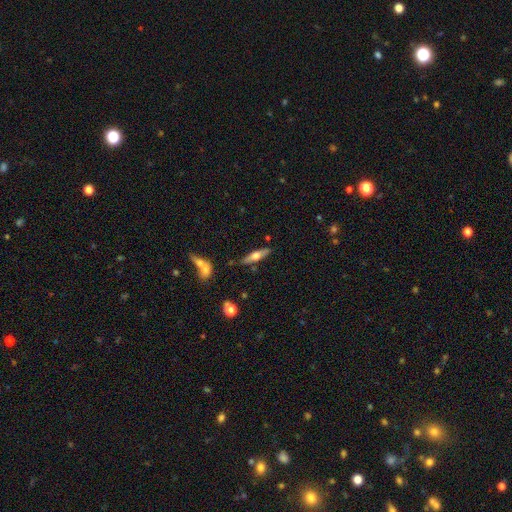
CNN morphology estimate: featured or disk 53%, smooth 40%, star or artifact 6%. Down the decision tree: edge-on disk — yes (92%); merging — none (80%).